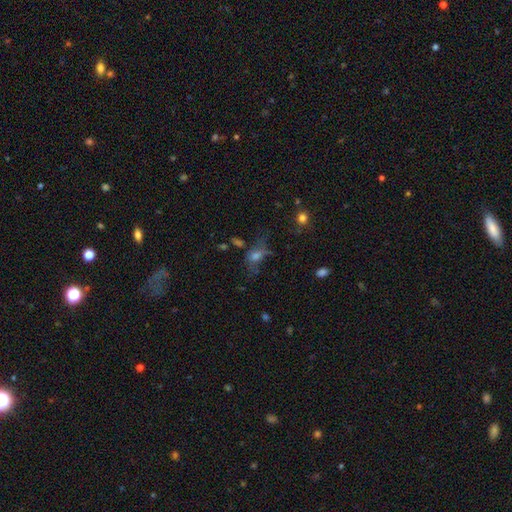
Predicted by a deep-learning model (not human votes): Morphology: type=smooth (42%); merging=none (46%).